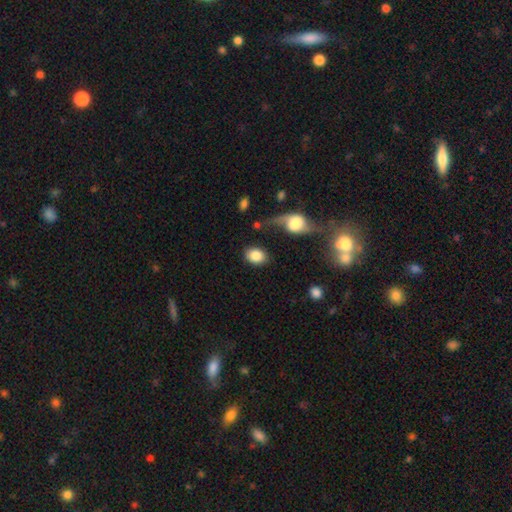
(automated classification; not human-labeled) Morphology: type=smooth (83%); roundness=in between (62%); merging=none (73%).